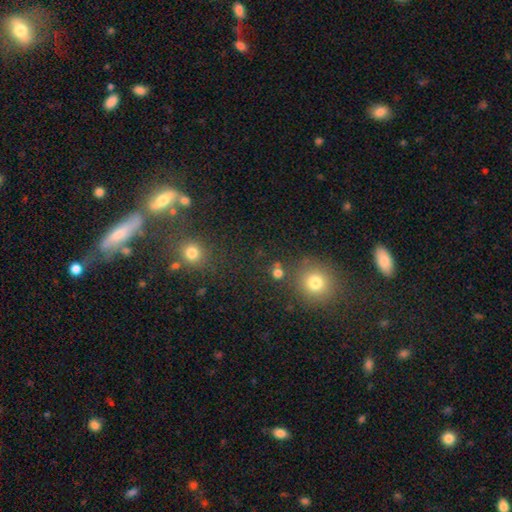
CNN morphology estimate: Overall: smooth (54%; star or artifact 35%). How rounded: round (83%). Merging: none (74%).